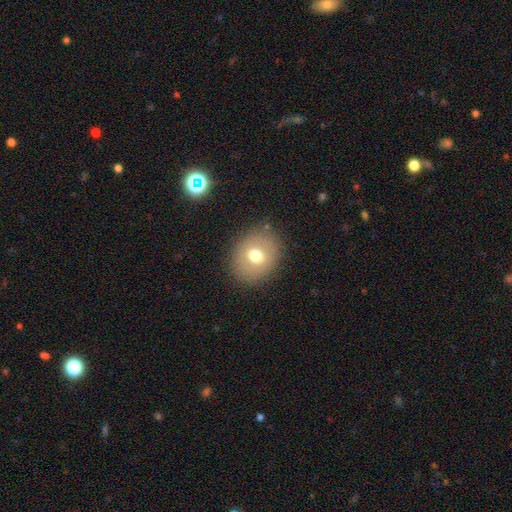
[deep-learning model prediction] Q: Smooth or featured?
A: smooth (68%); runner-up: featured or disk (21%)
Q: How rounded?
A: round (57%); runner-up: in between (43%)
Q: Merging?
A: none (84%); runner-up: minor disturbance (11%)